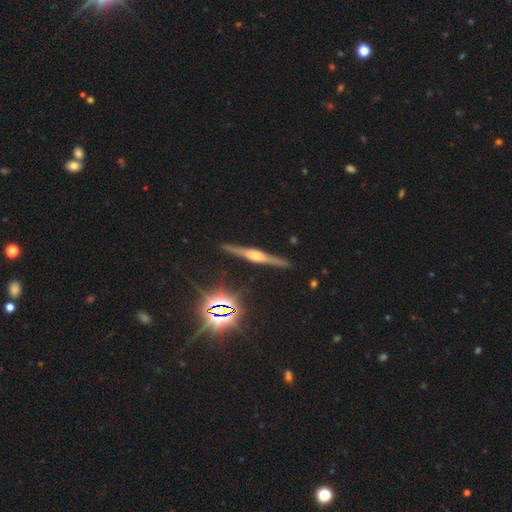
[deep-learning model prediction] The model was most divided on "smooth or featured": featured or disk: 75%, smooth: 15%, star or artifact: 10%. More confident: edge-on disk — yes (98%); merging — none (90%); edge-on bulge — rounded (87%).